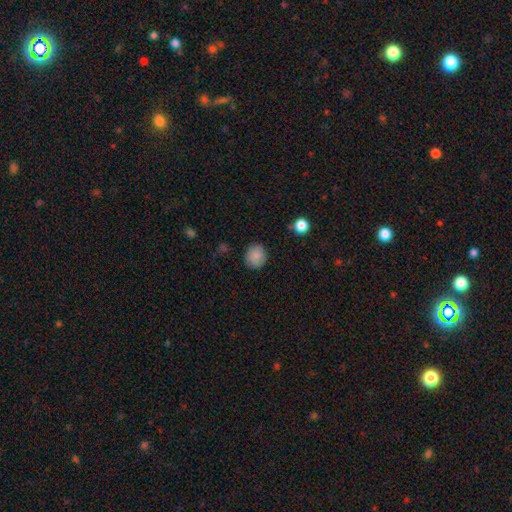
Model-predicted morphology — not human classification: Overall: smooth (86%). How rounded: round (85%). Merging: none (87%).